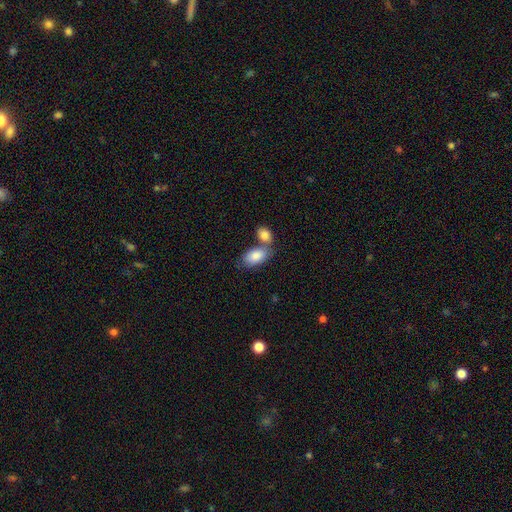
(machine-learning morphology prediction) smooth 85%, featured or disk 9%, star or artifact 6%. Down the decision tree: how rounded — in between (93%); merging — merger (48%).